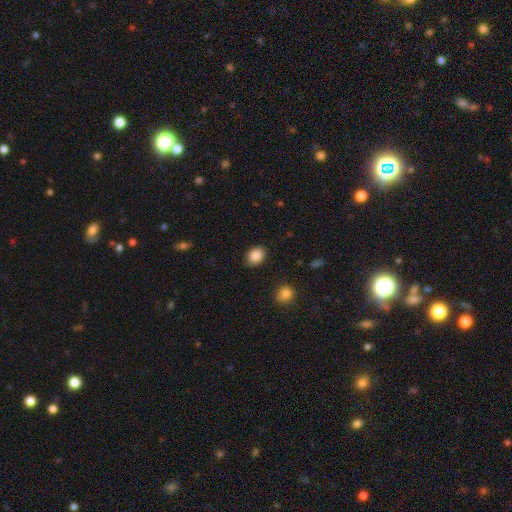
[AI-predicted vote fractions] smooth-or-featured: smooth: 88% | star or artifact: 8% | featured or disk: 4%
  how-rounded: in between: 57% | round: 42% | cigar-shaped: 1%
  merging: none: 87% | minor disturbance: 9% | major disturbance: 3% | merger: 1%